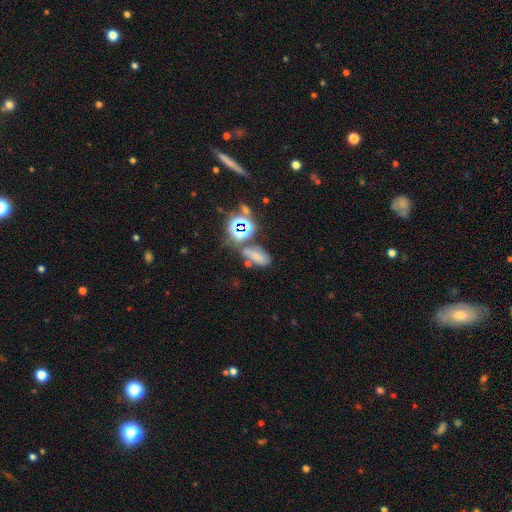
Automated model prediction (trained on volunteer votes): Smooth or featured?
  - smooth: 54% *
  - star or artifact: 31%
  - featured or disk: 14%
How rounded?
  - in between: 80% *
  - round: 13%
  - cigar-shaped: 7%
Merging?
  - none: 51% *
  - merger: 22%
  - minor disturbance: 18%
  - major disturbance: 8%